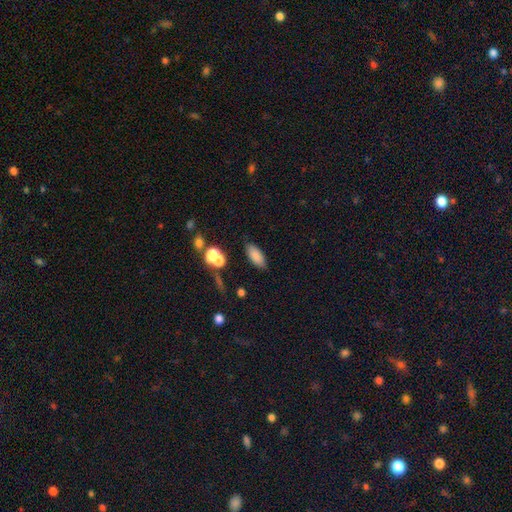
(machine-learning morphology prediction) The model was most divided on "how rounded": in between: 82%, cigar-shaped: 15%, round: 3%. More confident: smooth or featured — smooth (83%); merging — none (81%).